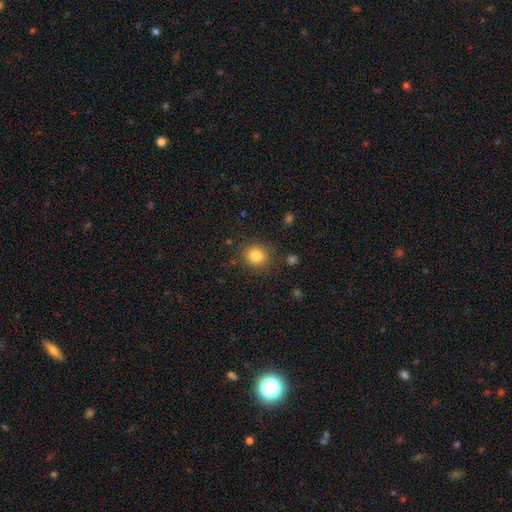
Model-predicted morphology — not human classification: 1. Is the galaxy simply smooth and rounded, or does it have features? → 83% smooth, 11% star or artifact, 6% featured or disk.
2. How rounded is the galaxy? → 79% round, 20% in between, 1% cigar-shaped.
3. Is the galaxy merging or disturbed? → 84% none, 10% minor disturbance, 4% major disturbance, 2% merger.